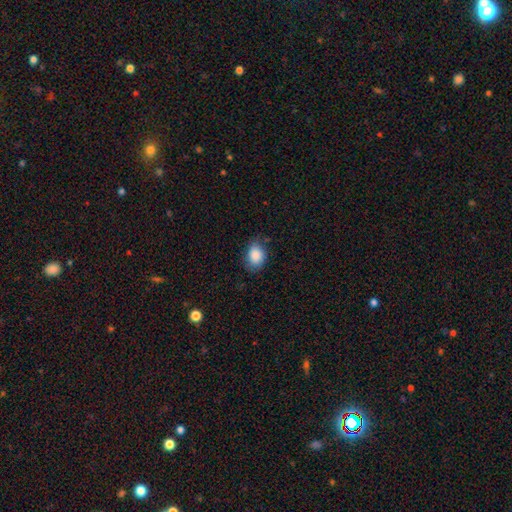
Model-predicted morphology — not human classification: smooth_or_featured: smooth (p=0.87) [alt: star or artifact p=0.07]
how_rounded: in between (p=0.69) [alt: round p=0.30]
merging: none (p=0.72) [alt: minor disturbance p=0.22]